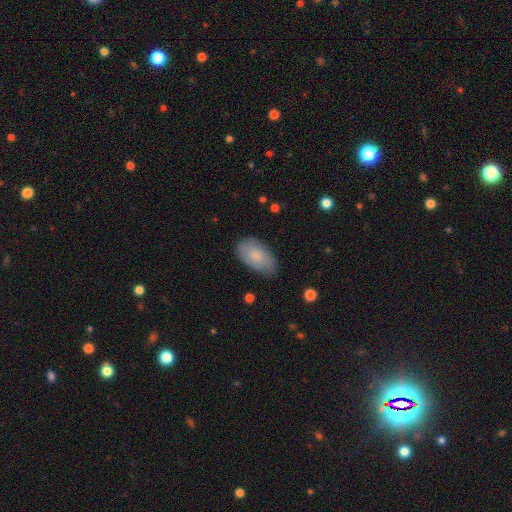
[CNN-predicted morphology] smooth 76%, featured or disk 18%, star or artifact 6%. Down the decision tree: how rounded — in between (94%); merging — none (76%).